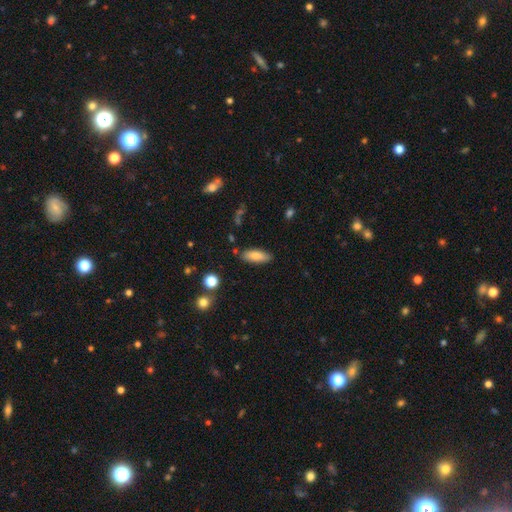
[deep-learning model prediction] Smooth or featured? smooth (81%)
How rounded? in between (70%)
Merging? none (84%)